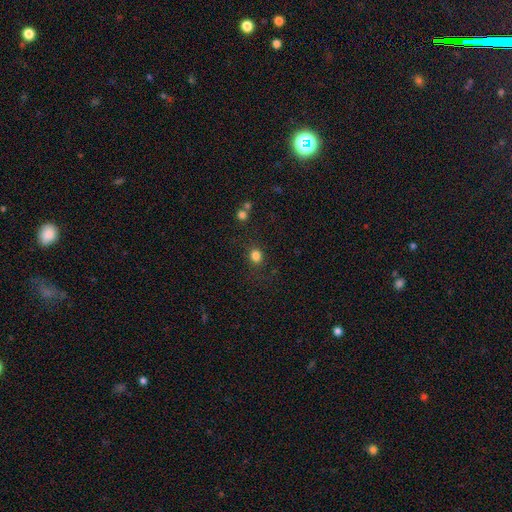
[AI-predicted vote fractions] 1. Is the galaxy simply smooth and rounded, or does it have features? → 82% smooth, 13% star or artifact, 5% featured or disk.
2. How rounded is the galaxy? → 69% round, 30% in between, 1% cigar-shaped.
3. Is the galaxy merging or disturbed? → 80% none, 11% minor disturbance, 5% major disturbance, 3% merger.